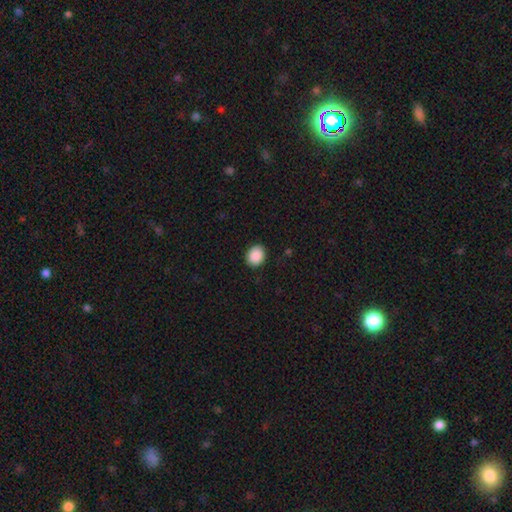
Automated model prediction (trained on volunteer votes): A smooth galaxy with no disk features (89%) that is round (57%). Merging: none (89%).